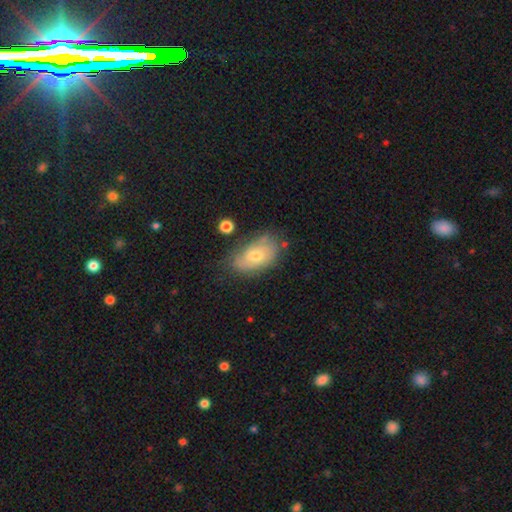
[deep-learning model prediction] Q: Smooth or featured?
A: smooth (52%); runner-up: featured or disk (41%)
Q: How rounded?
A: in between (90%); runner-up: round (8%)
Q: Merging?
A: none (61%); runner-up: minor disturbance (27%)